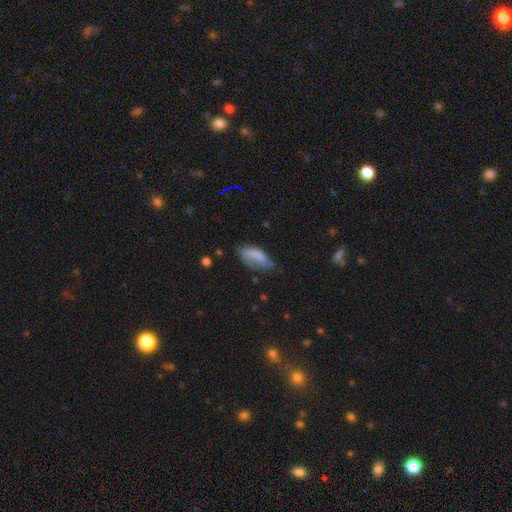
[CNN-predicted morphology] Smooth or featured? smooth (69%)
How rounded? in between (85%)
Merging? none (39%)